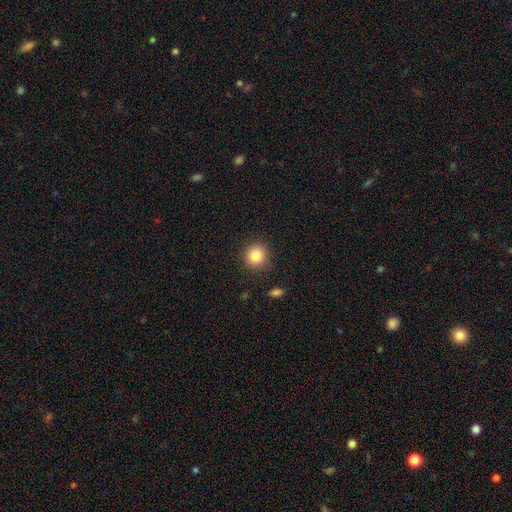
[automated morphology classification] Q: Smooth or featured?
A: smooth (85%); runner-up: star or artifact (10%)
Q: How rounded?
A: round (91%); runner-up: in between (8%)
Q: Merging?
A: none (89%); runner-up: minor disturbance (7%)